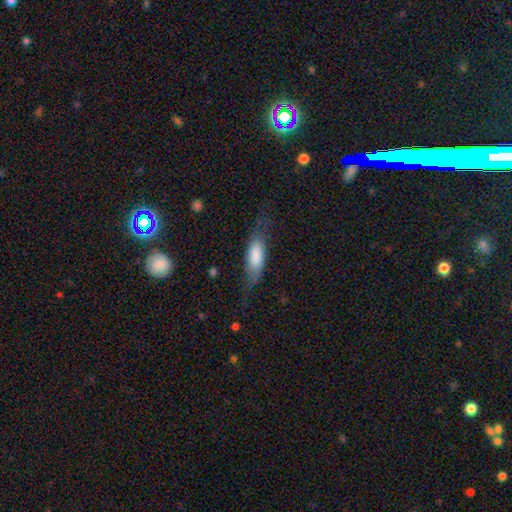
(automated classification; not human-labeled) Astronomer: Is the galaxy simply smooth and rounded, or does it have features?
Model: smooth — 69%.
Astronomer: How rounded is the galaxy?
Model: in between — 69%.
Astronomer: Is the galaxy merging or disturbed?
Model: none — 57%.